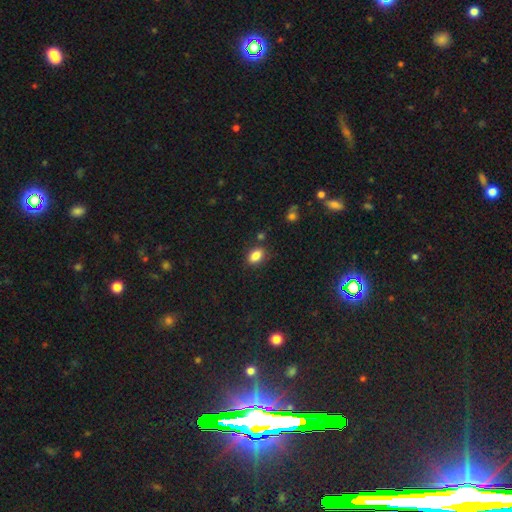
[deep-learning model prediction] smooth-or-featured: smooth: 85% | star or artifact: 10% | featured or disk: 5%
  how-rounded: in between: 84% | round: 14% | cigar-shaped: 2%
  merging: none: 79% | minor disturbance: 14% | merger: 4% | major disturbance: 3%